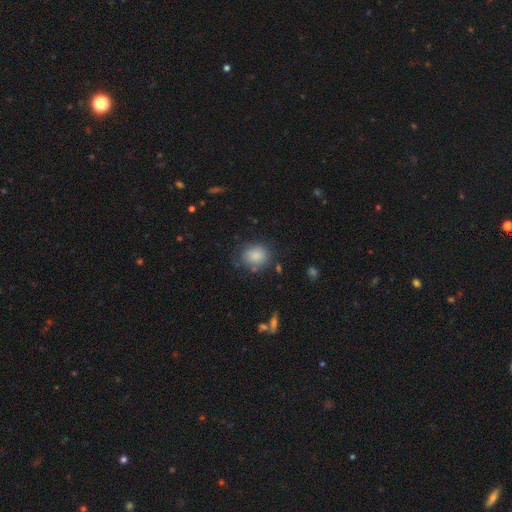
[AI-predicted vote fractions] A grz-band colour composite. It shows a smooth galaxy with no disk features (85%) that is round (62%). Merging: none (75%).